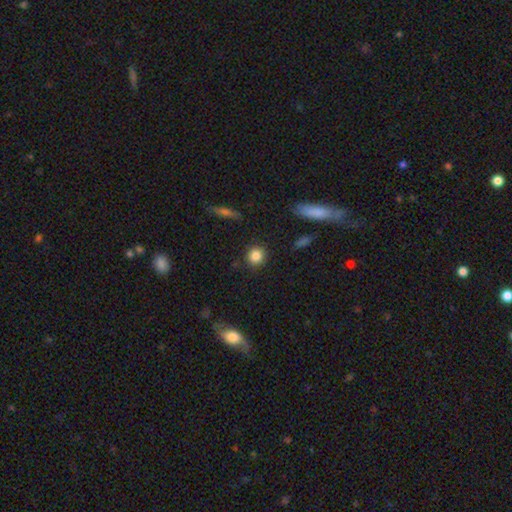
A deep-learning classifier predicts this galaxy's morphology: Smooth or featured? smooth (85%)
How rounded? round (88%)
Merging? none (89%)